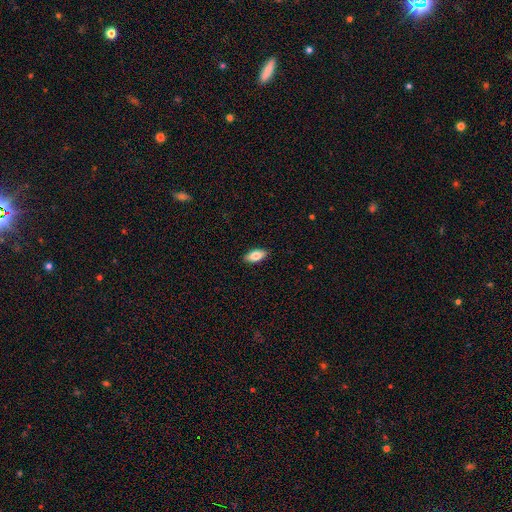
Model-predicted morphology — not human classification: Overall: smooth (83%). How rounded: in between (89%). Merging: none (89%).